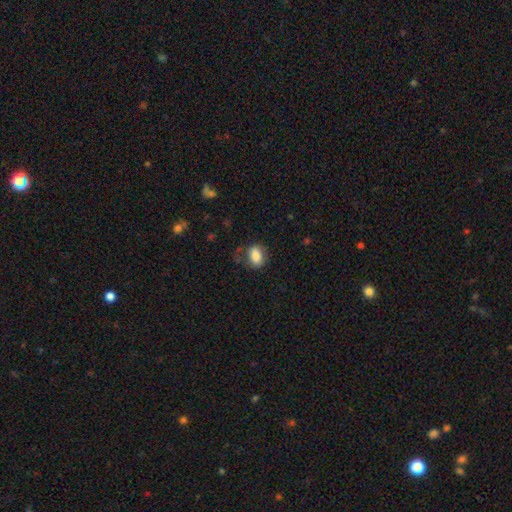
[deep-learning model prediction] Overall: smooth (85%). How rounded: in between (83%). Merging: none (68%).